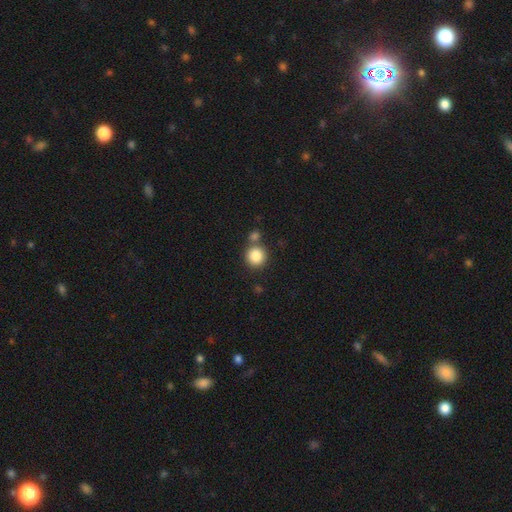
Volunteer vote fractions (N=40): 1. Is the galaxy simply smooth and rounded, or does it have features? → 82% smooth, 10% star or artifact, 8% featured or disk.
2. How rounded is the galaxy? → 97% round, 3% in between, 0% cigar-shaped.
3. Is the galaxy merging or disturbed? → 53% none, 33% merger, 11% minor disturbance, 3% major disturbance.